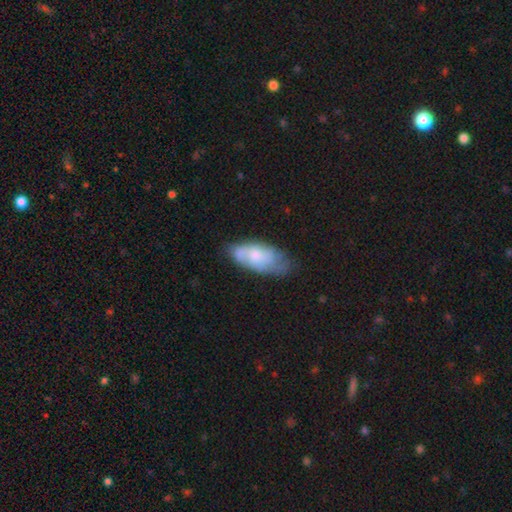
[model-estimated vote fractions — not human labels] A smooth galaxy with no disk features (48%).

Vote fractions:
- Smooth or featured? smooth: 48% / featured or disk: 45% / star or artifact: 7%
- Merging? none: 58% / minor disturbance: 30% / major disturbance: 9% / merger: 3%